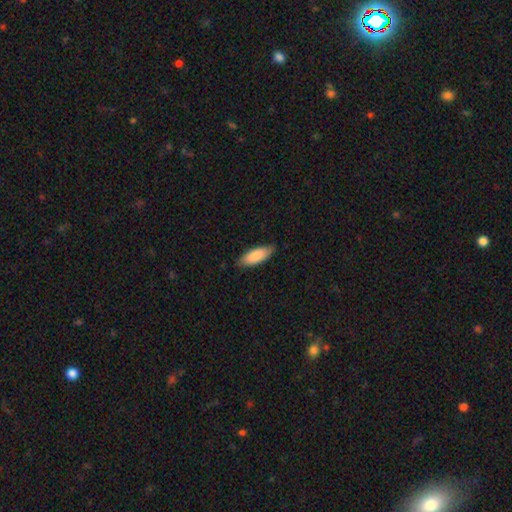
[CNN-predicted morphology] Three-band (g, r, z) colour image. It shows a smooth galaxy with no disk features (86%) that is in between round and cigar-shaped (73%). Merging: none (81%).